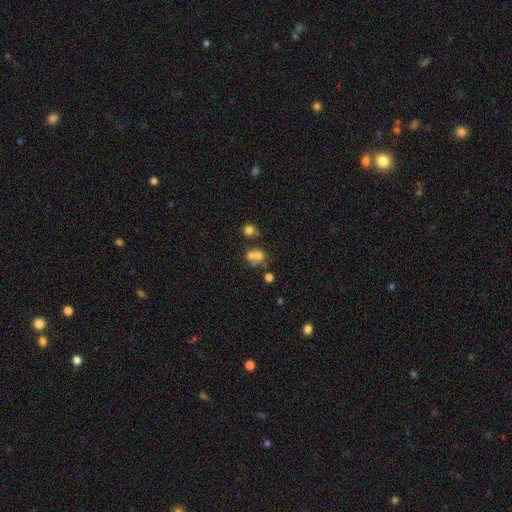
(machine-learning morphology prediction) Smooth or featured?
  - smooth: 61% *
  - featured or disk: 23%
  - star or artifact: 16%
How rounded?
  - round: 72% *
  - in between: 27%
  - cigar-shaped: 1%
Merging?
  - merger: 54% *
  - none: 32%
  - minor disturbance: 8%
  - major disturbance: 6%